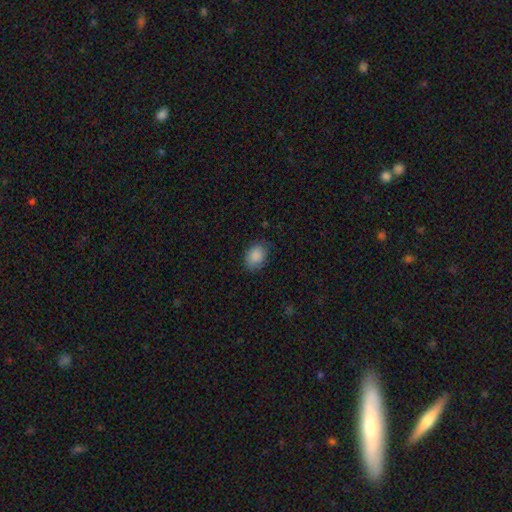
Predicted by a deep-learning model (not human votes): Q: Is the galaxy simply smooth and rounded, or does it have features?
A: smooth — 88%.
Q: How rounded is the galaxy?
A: in between — 66%.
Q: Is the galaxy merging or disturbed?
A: none — 79%.